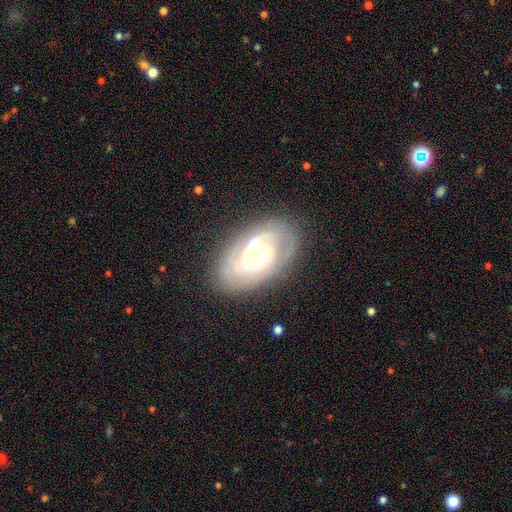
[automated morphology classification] featured or disk 75%, smooth 18%, star or artifact 7%. Down the decision tree: edge-on disk — no (95%); bar — no (55%); spiral arms — yes (88%); spiral arm count — can't tell (41%); spiral winding — tight (66%); bulge size — moderate (46%); merging — none (75%).